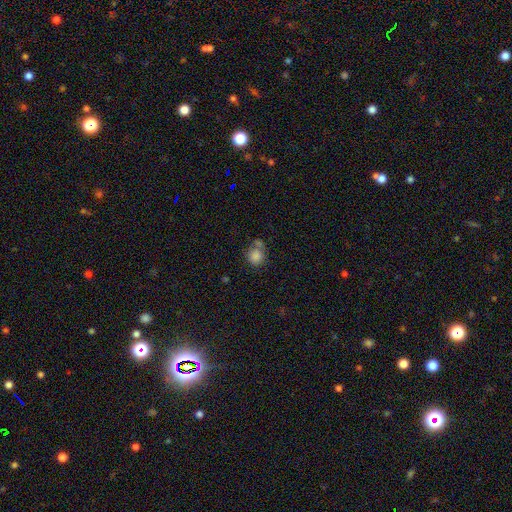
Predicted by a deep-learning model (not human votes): Overall: smooth (81%). How rounded: round (85%). Merging: none (54%; merger 21%).